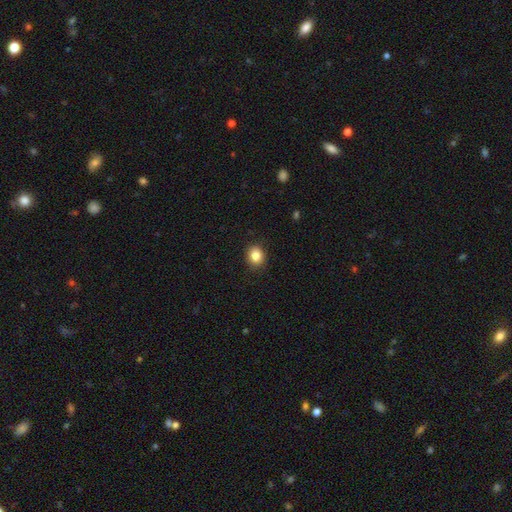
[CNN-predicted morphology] smooth-or-featured: smooth: 85% | star or artifact: 10% | featured or disk: 5%
  how-rounded: round: 69% | in between: 30% | cigar-shaped: 1%
  merging: none: 89% | minor disturbance: 8% | major disturbance: 2% | merger: 1%